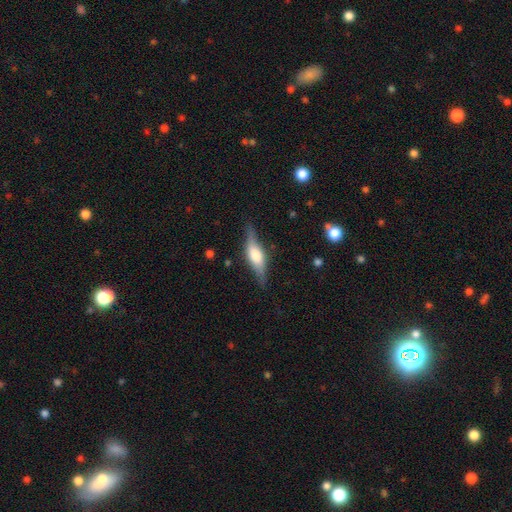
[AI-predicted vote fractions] Morphology: type=featured or disk (59%); edge-on=yes (90%); edge-on bulge=rounded (79%); merging=none (78%).